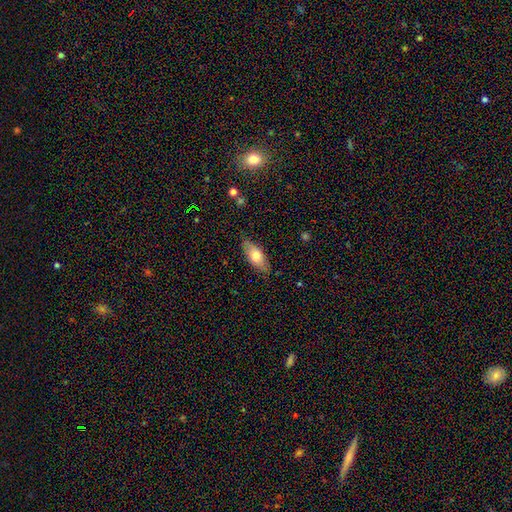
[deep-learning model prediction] smooth-or-featured: smooth: 66% | featured or disk: 27% | star or artifact: 6%
  how-rounded: in between: 78% | cigar-shaped: 19% | round: 3%
  merging: none: 83% | minor disturbance: 13% | major disturbance: 3% | merger: 1%